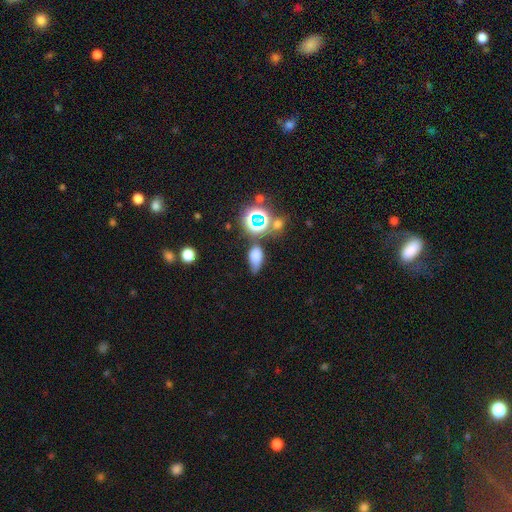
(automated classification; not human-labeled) smooth-or-featured: smooth: 65% | star or artifact: 23% | featured or disk: 11%
  how-rounded: in between: 81% | round: 14% | cigar-shaped: 5%
  merging: none: 55% | minor disturbance: 26% | major disturbance: 10% | merger: 9%